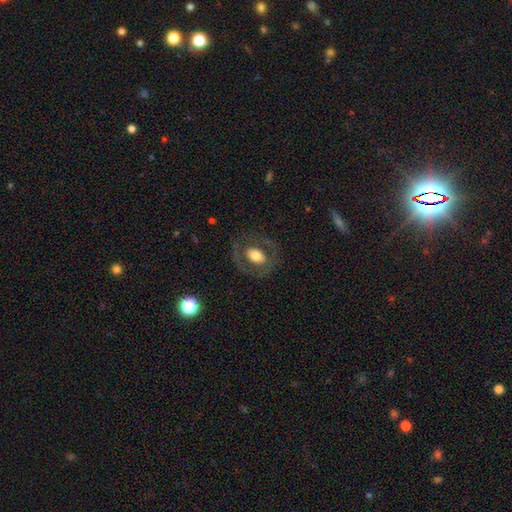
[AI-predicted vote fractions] Morphology: type=smooth (52%); roundness=in between (66%); merging=none (76%).